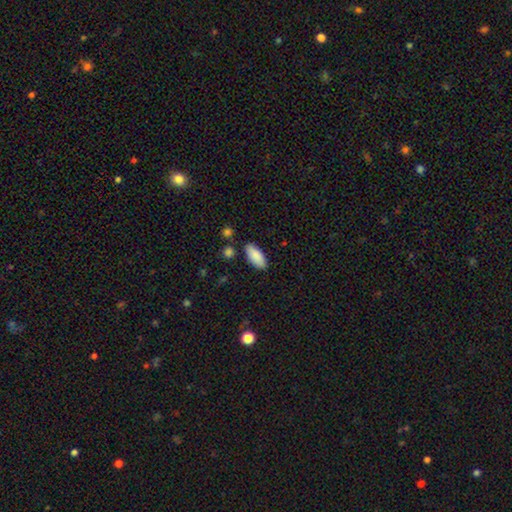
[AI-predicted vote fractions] Smooth or featured? smooth (88%)
How rounded? in between (88%)
Merging? none (83%)